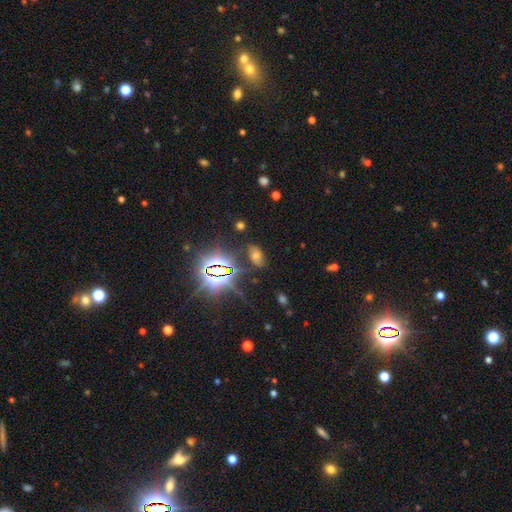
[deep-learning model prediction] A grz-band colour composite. It shows a star or artifact, not a galaxy (54%).